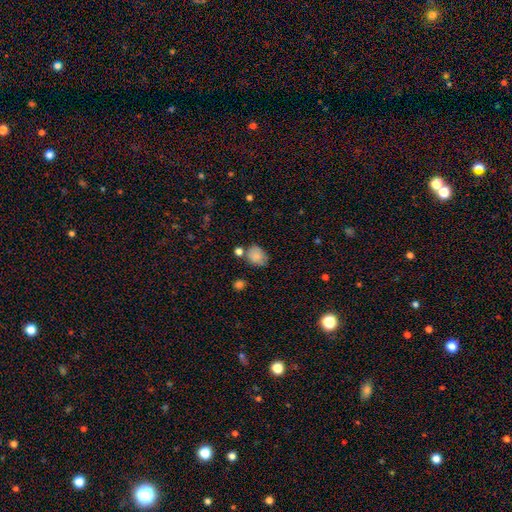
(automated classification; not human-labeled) The model was most divided on "how rounded": in between: 55%, round: 44%, cigar-shaped: 1%. More confident: smooth or featured — smooth (81%); merging — none (59%).